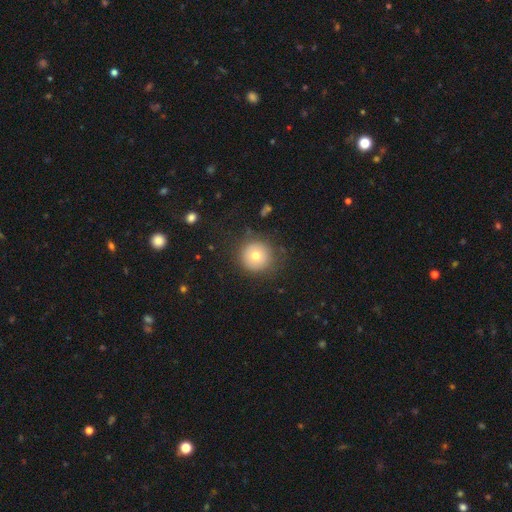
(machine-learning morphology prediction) smooth 72%, featured or disk 17%, star or artifact 11%. Down the decision tree: how rounded — round (95%); merging — none (83%).